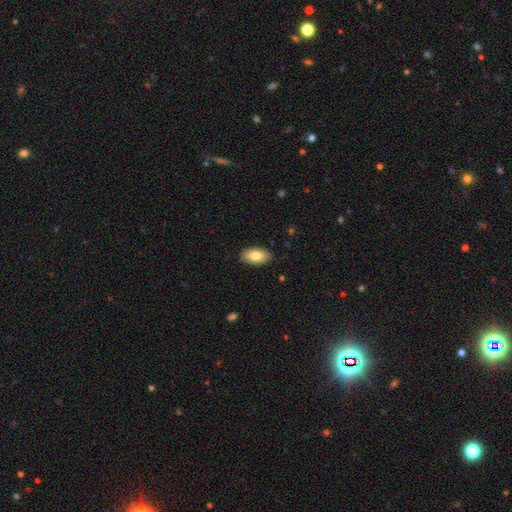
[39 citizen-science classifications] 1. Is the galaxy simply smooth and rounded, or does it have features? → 77% smooth, 13% featured or disk, 10% star or artifact.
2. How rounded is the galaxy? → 100% in between, 0% round, 0% cigar-shaped.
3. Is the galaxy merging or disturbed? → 91% none, 6% minor disturbance, 3% major disturbance, 0% merger.